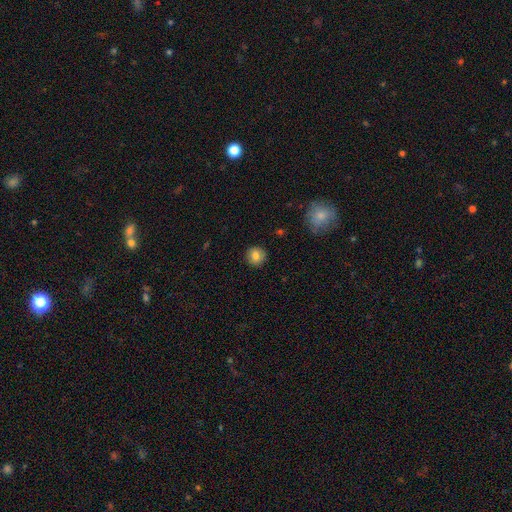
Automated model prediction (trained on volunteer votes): smooth-or-featured: smooth: 81% | featured or disk: 10% | star or artifact: 9%
  how-rounded: round: 93% | in between: 6% | cigar-shaped: 1%
  merging: none: 91% | minor disturbance: 6% | major disturbance: 2% | merger: 1%